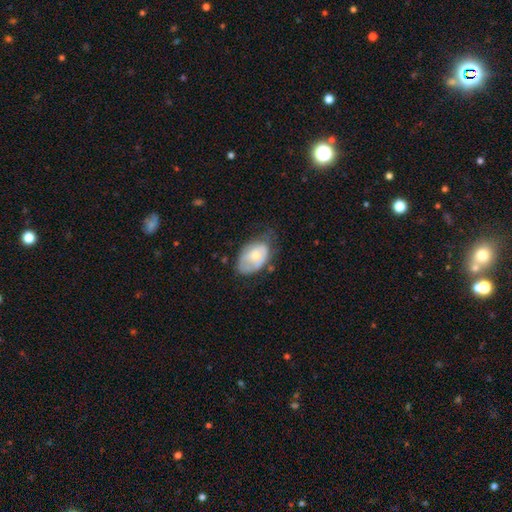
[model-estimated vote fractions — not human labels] smooth 53%, featured or disk 40%, star or artifact 6%. Down the decision tree: how rounded — in between (88%); merging — none (41%).